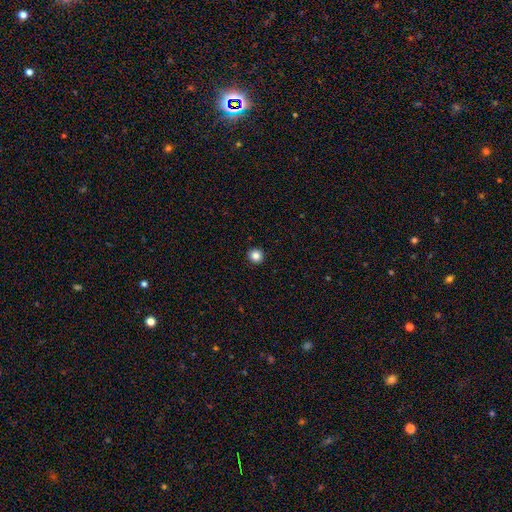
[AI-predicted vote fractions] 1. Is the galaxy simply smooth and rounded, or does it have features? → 84% smooth, 11% star or artifact, 5% featured or disk.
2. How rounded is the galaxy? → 94% round, 5% in between, 1% cigar-shaped.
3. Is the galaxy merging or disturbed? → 93% none, 4% minor disturbance, 1% major disturbance, 1% merger.